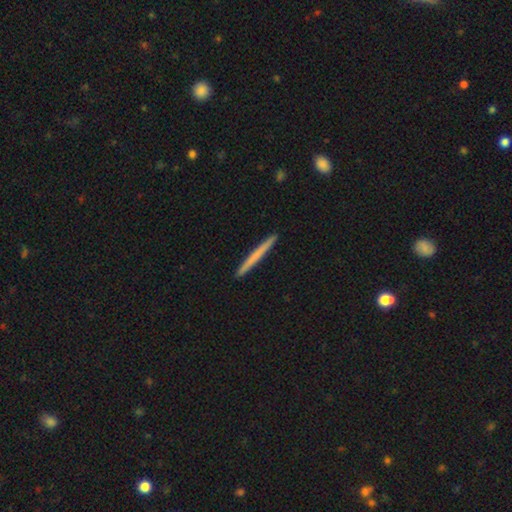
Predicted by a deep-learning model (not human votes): A smooth galaxy with no disk features (60%) that is cigar-shaped (97%).

Vote fractions:
- Smooth or featured? smooth: 60% / featured or disk: 35% / star or artifact: 5%
- How rounded? cigar-shaped: 97% / in between: 2% / round: 1%
- Merging? none: 93% / minor disturbance: 5% / major disturbance: 1% / merger: 1%